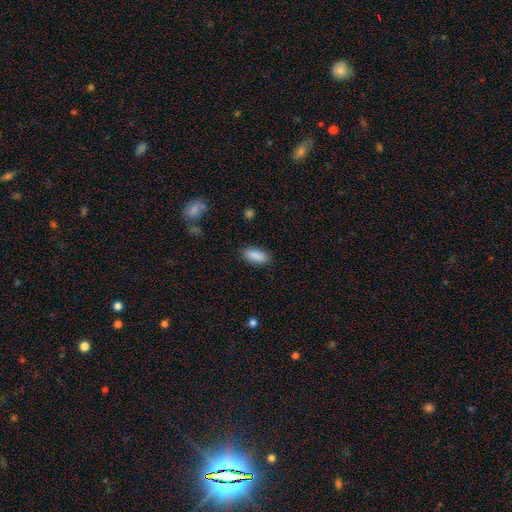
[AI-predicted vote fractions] This is clearly a smooth galaxy (90%). How rounded: clearly in between (85%). Merging: clearly none (87%).